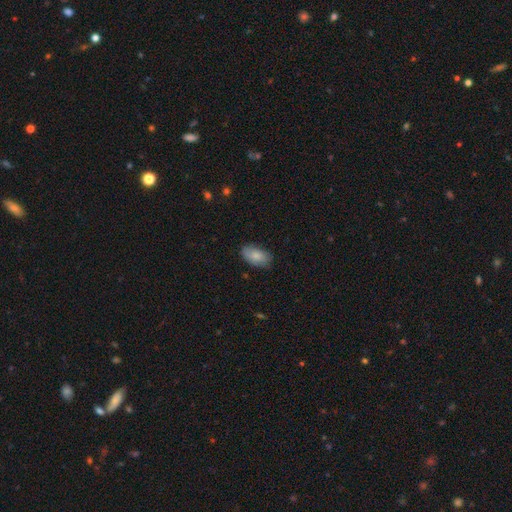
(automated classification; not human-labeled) This appears to be a smooth galaxy with no disk features (78%) that is in between round and cigar-shaped (93%). Merging: none (75%).